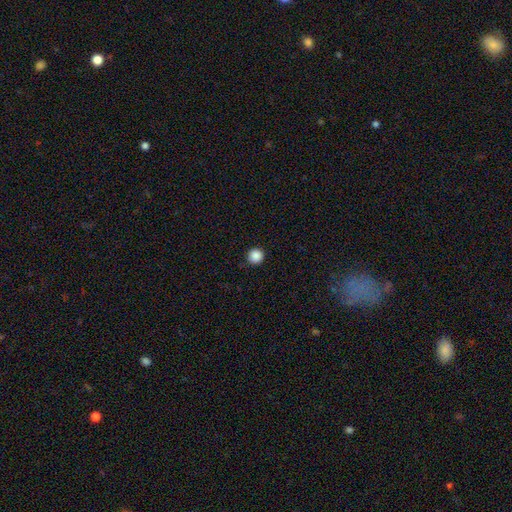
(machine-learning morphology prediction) smooth_or_featured: smooth (p=0.87) [alt: star or artifact p=0.10]
how_rounded: round (p=0.96) [alt: in between p=0.03]
merging: none (p=0.93) [alt: minor disturbance p=0.05]